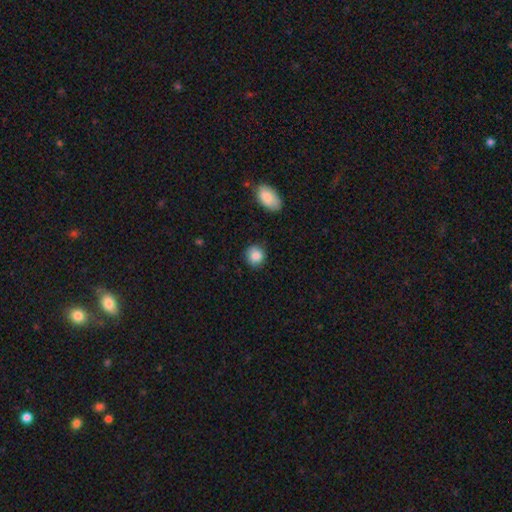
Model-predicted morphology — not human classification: Overall: smooth (86%). How rounded: round (84%). Merging: none (82%).